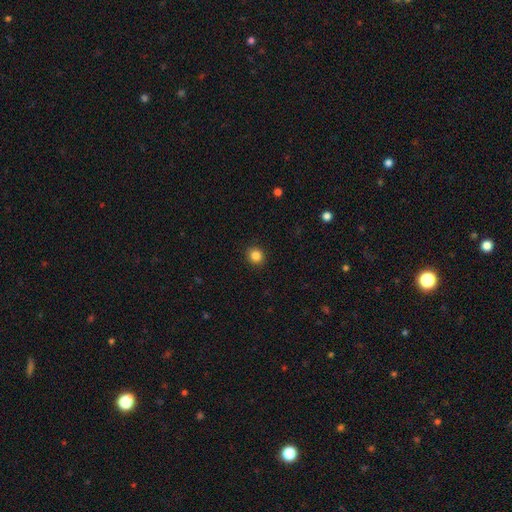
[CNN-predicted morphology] The model was most divided on "how rounded": round: 86%, in between: 13%, cigar-shaped: 1%. More confident: merging — none (92%); smooth or featured — smooth (85%).